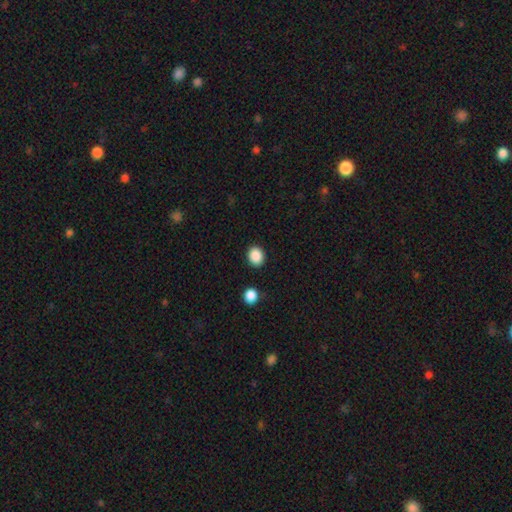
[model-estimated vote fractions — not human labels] This appears to be a smooth galaxy with no disk features (89%) that is round (60%). Merging: none (89%).